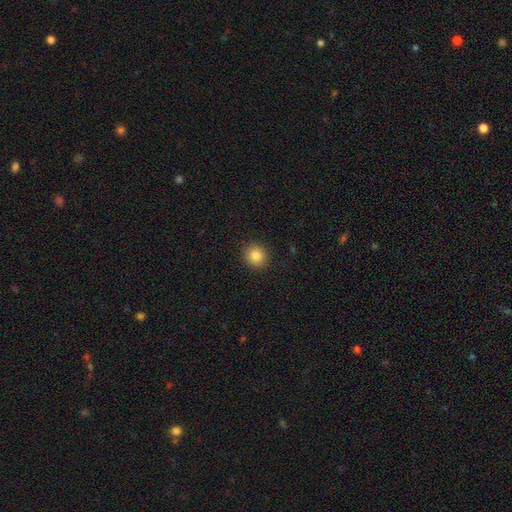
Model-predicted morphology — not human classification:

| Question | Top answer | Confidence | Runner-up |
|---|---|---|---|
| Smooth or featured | smooth | 84% | star or artifact (11%) |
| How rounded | round | 92% | in between (7%) |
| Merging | none | 92% | minor disturbance (5%) |